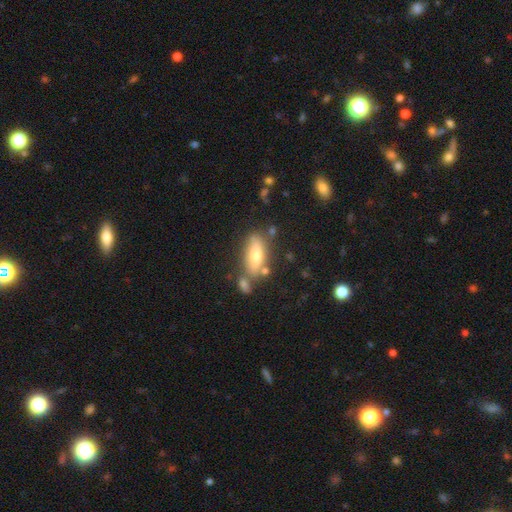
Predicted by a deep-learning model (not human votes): This appears to be a smooth galaxy with no disk features (63%) that is in between round and cigar-shaped (66%). Merging: none (64%).